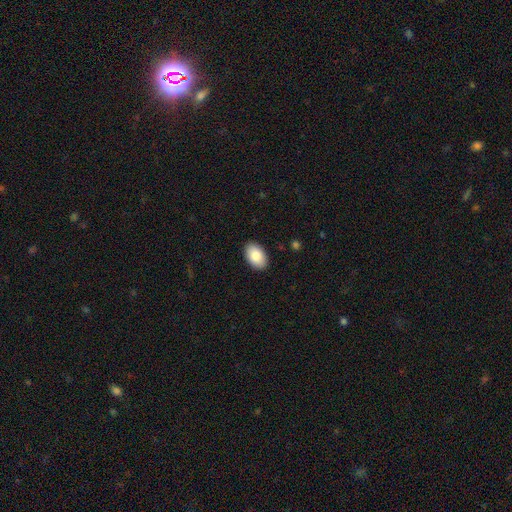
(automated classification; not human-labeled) A smooth galaxy with no disk features (86%) that is in between round and cigar-shaped (92%). Merging: none (89%).